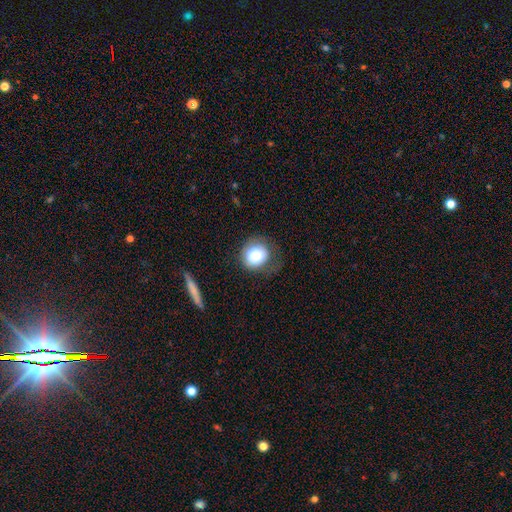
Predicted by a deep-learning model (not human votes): Smooth or featured?
  - smooth: 80% *
  - featured or disk: 12%
  - star or artifact: 8%
How rounded?
  - round: 80% *
  - in between: 19%
  - cigar-shaped: 1%
Merging?
  - none: 63% *
  - minor disturbance: 23%
  - major disturbance: 12%
  - merger: 2%